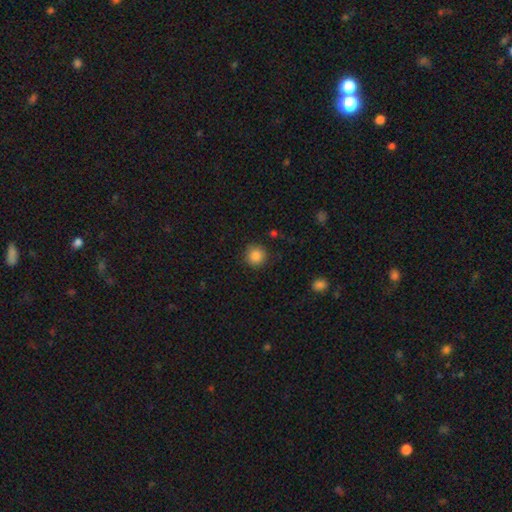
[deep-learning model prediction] Smooth or featured? Predicted: smooth (p=0.86). How rounded? Predicted: round (p=0.93). Merging? Predicted: none (p=0.88).